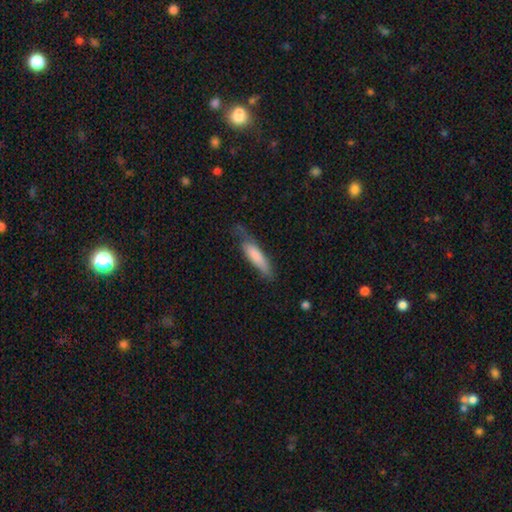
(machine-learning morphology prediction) type=smooth (75%); roundness=cigar-shaped (70%); merging=none (53%).